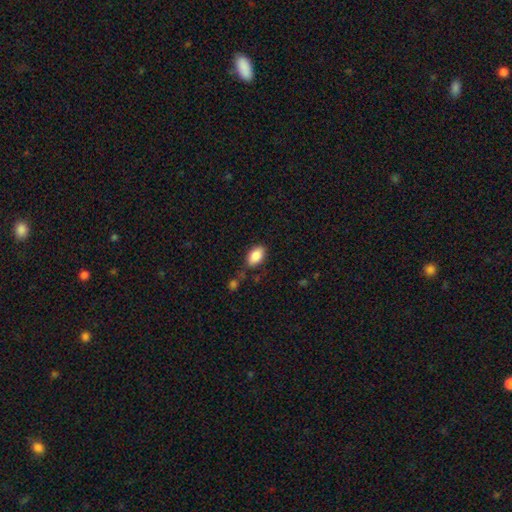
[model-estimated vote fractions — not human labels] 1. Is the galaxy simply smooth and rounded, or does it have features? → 87% smooth, 7% star or artifact, 5% featured or disk.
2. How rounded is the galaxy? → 92% in between, 6% round, 2% cigar-shaped.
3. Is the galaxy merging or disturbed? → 75% none, 17% minor disturbance, 4% major disturbance, 4% merger.